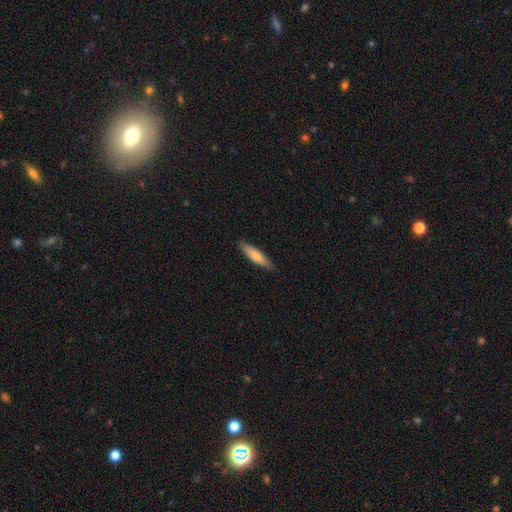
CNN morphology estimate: A smooth galaxy with no disk features (67%) that is cigar-shaped (76%).

Vote fractions:
- Smooth or featured? smooth: 67% / featured or disk: 28% / star or artifact: 6%
- How rounded? cigar-shaped: 76% / in between: 22% / round: 2%
- Merging? none: 88% / minor disturbance: 9% / major disturbance: 2% / merger: 1%